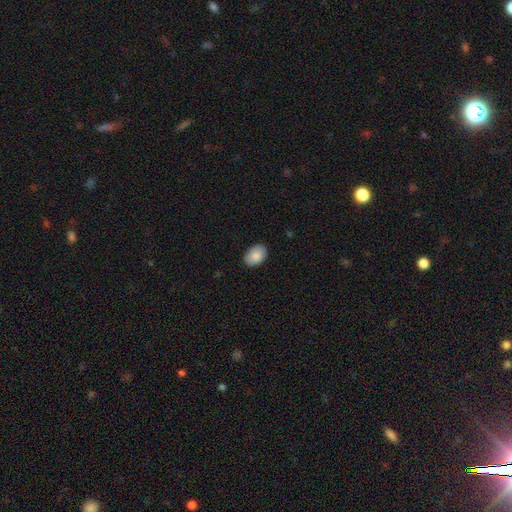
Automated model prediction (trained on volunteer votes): Q: Smooth or featured?
A: smooth (87%); runner-up: star or artifact (7%)
Q: How rounded?
A: in between (84%); runner-up: round (15%)
Q: Merging?
A: none (86%); runner-up: minor disturbance (11%)